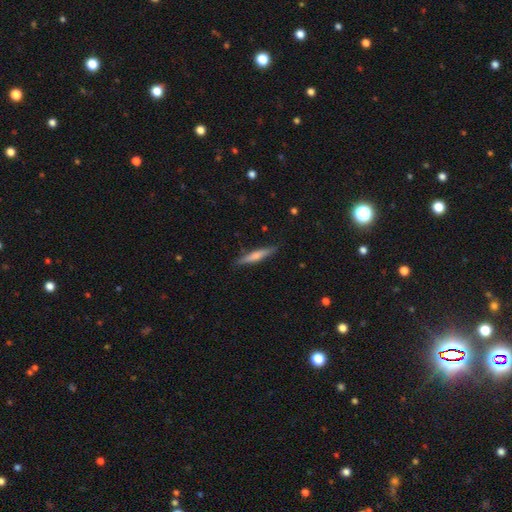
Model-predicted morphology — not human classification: Smooth or featured?
  - smooth: 56% *
  - featured or disk: 39%
  - star or artifact: 6%
How rounded?
  - cigar-shaped: 92% *
  - in between: 7%
  - round: 1%
Merging?
  - none: 87% *
  - minor disturbance: 10%
  - major disturbance: 2%
  - merger: 1%